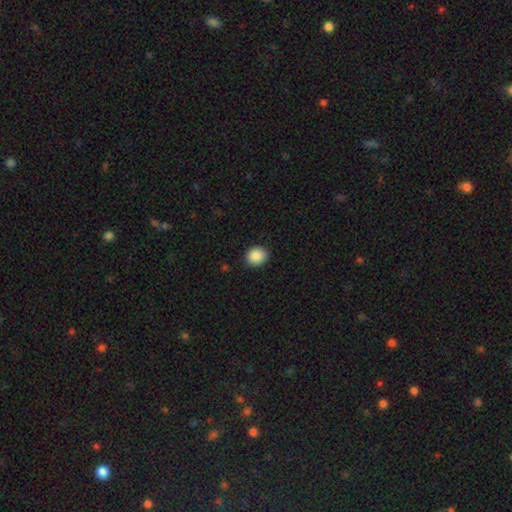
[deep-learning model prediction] Overall: smooth (89%). How rounded: round (73%). Merging: none (89%).